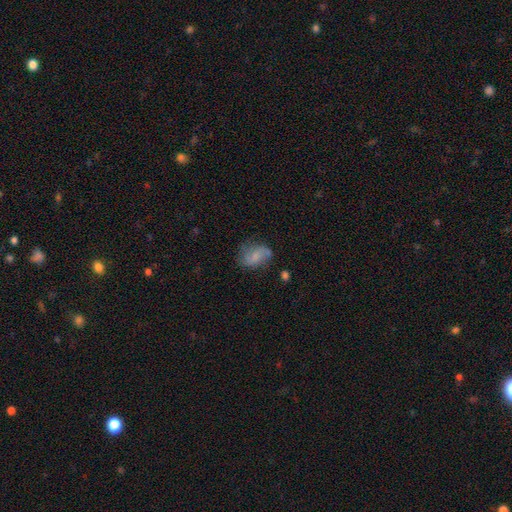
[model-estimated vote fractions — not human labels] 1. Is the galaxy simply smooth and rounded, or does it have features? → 51% smooth, 39% featured or disk, 9% star or artifact.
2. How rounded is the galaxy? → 80% in between, 18% round, 2% cigar-shaped.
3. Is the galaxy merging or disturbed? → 56% none, 27% minor disturbance, 13% major disturbance, 4% merger.